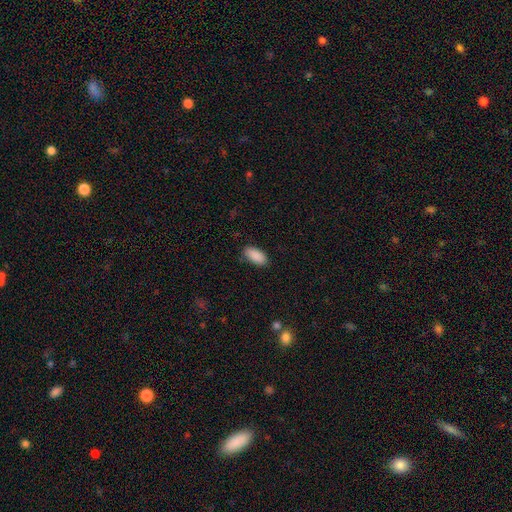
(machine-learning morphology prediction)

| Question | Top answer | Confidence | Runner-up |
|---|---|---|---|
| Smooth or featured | smooth | 90% | star or artifact (7%) |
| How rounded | in between | 93% | cigar-shaped (5%) |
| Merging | none | 84% | minor disturbance (12%) |